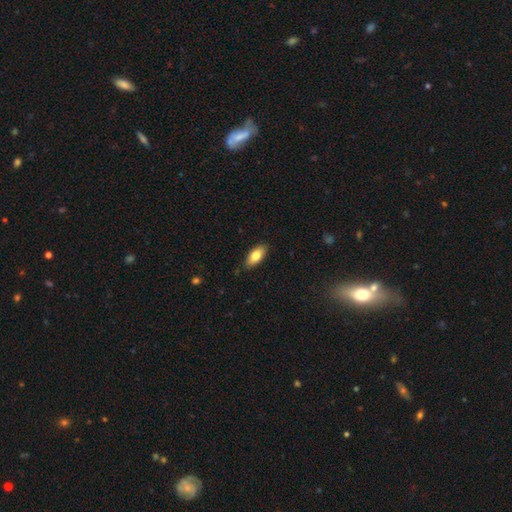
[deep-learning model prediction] This is clearly a smooth galaxy (80%). How rounded: clearly in between (86%). Merging: clearly none (86%).